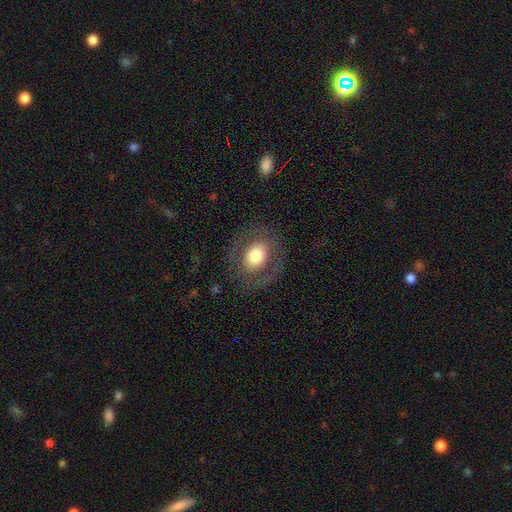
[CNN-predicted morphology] Smooth or featured? Predicted: smooth (p=0.62). How rounded? Predicted: round (p=0.52). Merging? Predicted: none (p=0.79).